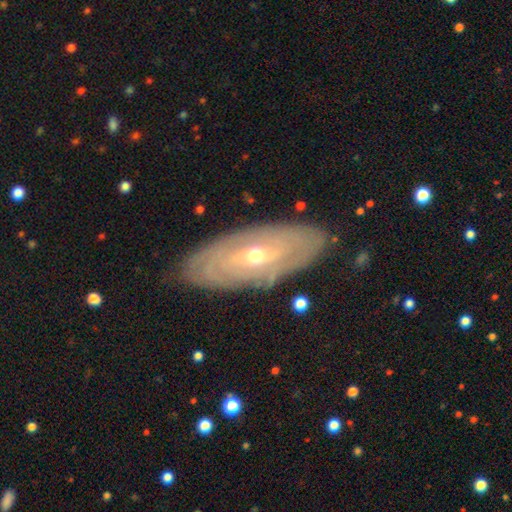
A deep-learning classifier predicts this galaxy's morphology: This appears to be a featured or disk galaxy (76%) with no bar (60%), spiral arms (75%) and a small central bulge (49%, tied with moderate). Merging: none (84%).